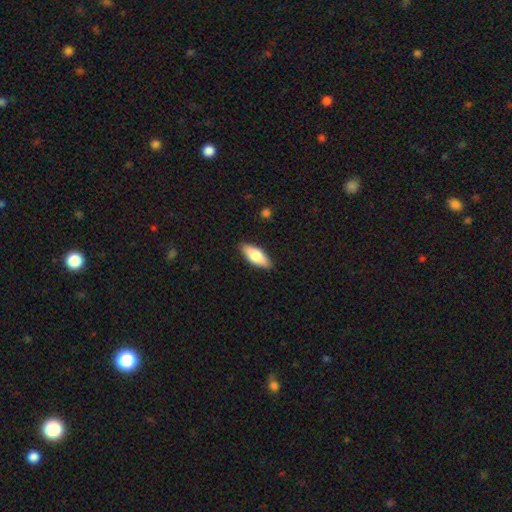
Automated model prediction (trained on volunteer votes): A smooth galaxy with no disk features (72%) that is in between round and cigar-shaped (76%).

Vote fractions:
- Smooth or featured? smooth: 72% / featured or disk: 22% / star or artifact: 6%
- How rounded? in between: 76% / cigar-shaped: 22% / round: 2%
- Merging? none: 88% / minor disturbance: 9% / major disturbance: 2% / merger: 1%